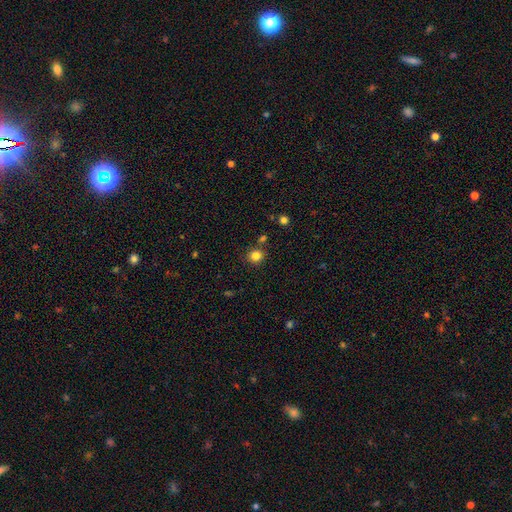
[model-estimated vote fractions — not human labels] Q: Smooth or featured?
A: smooth (82%); runner-up: star or artifact (13%)
Q: How rounded?
A: round (87%); runner-up: in between (12%)
Q: Merging?
A: none (82%); runner-up: minor disturbance (9%)